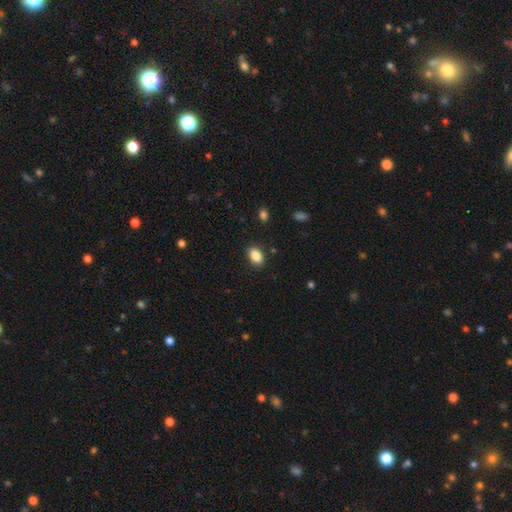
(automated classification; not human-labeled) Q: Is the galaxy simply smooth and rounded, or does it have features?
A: smooth — 87%.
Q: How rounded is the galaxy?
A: in between — 84%.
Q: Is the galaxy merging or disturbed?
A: none — 88%.